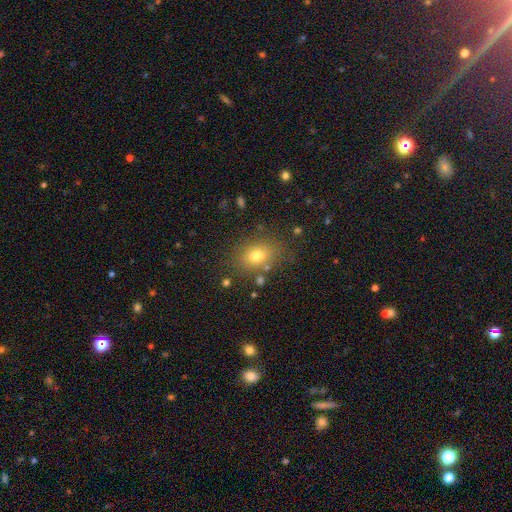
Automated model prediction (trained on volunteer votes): Morphology: type=smooth (74%); roundness=in between (68%); merging=none (80%).